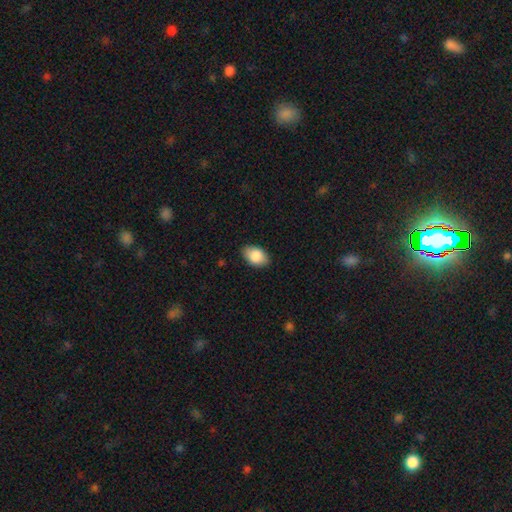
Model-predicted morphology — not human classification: Smooth or featured? smooth (86%)
How rounded? in between (88%)
Merging? none (85%)